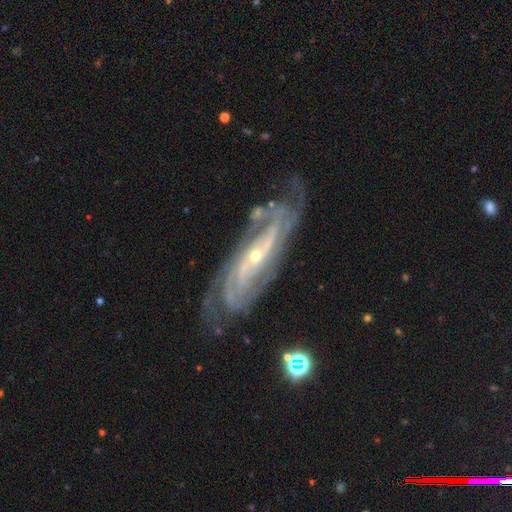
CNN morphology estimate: smooth-or-featured: featured or disk: 89% | star or artifact: 6% | smooth: 5%
  disk-edge-on: no: 87% | yes: 13%
    bar: no: 41% | strong: 30% | weak: 29%
    has-spiral-arms: yes: 97% | no: 3%
      spiral-winding: tight: 63% | medium: 30% | loose: 7%
      spiral-arm-count: can't tell: 28% | 2: 25% | 3: 17% | 4: 16% | more than 4: 8% | 1: 6%
    bulge-size: small: 76% | moderate: 21% | none: 1% | large: 1% | dominant: 1%
  merging: none: 72% | minor disturbance: 18% | major disturbance: 7% | merger: 3%